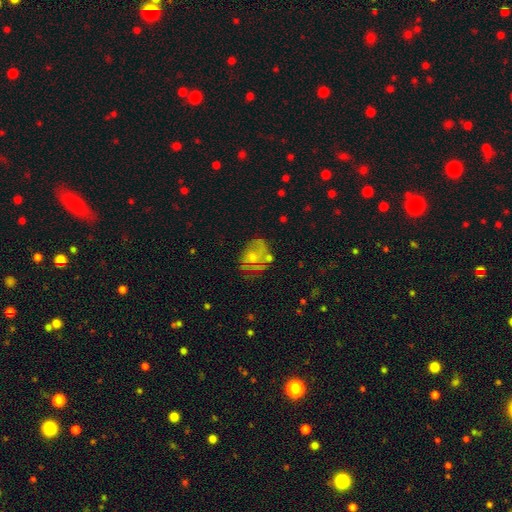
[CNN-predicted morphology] Smooth or featured? featured or disk (57%)
Edge-on disk? no (97%)
Bar? no (76%)
Spiral arms? yes (62%)
Bulge size? small (41%)
Merging? none (50%)